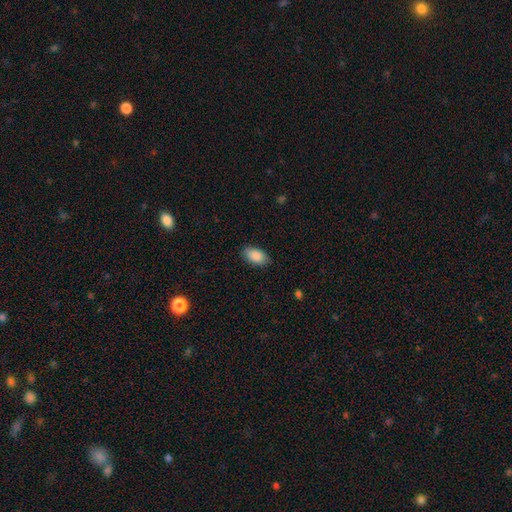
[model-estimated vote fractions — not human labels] A smooth galaxy with no disk features (88%) that is in between round and cigar-shaped (94%).

Vote fractions:
- Smooth or featured? smooth: 88% / star or artifact: 6% / featured or disk: 5%
- How rounded? in between: 94% / round: 4% / cigar-shaped: 2%
- Merging? none: 83% / minor disturbance: 14% / major disturbance: 3% / merger: 1%